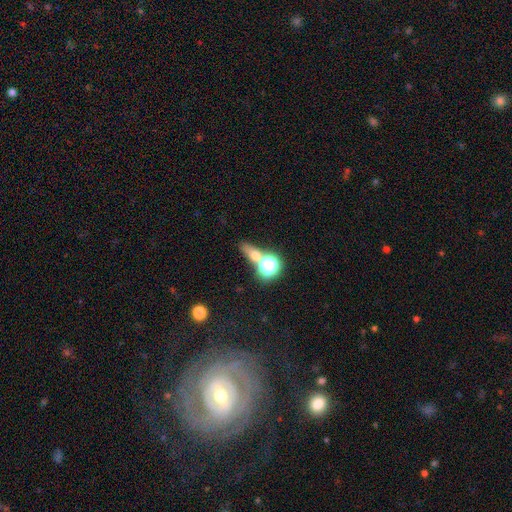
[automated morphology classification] Smooth or featured? smooth (55%)
How rounded? round (46%)
Merging? none (54%)